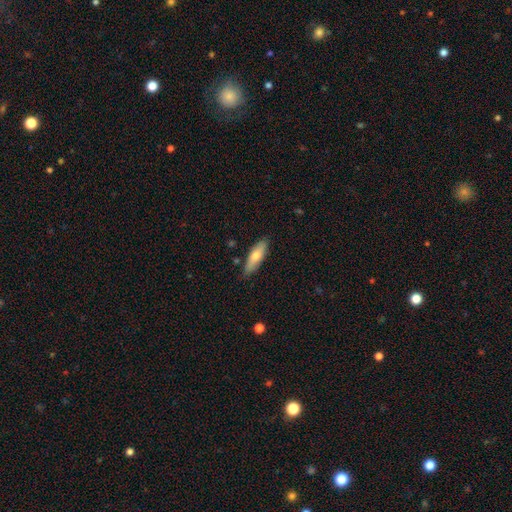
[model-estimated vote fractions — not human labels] smooth-or-featured: smooth: 69% | featured or disk: 25% | star or artifact: 6%
  how-rounded: in between: 50% | cigar-shaped: 48% | round: 2%
  merging: none: 82% | minor disturbance: 14% | major disturbance: 2% | merger: 2%